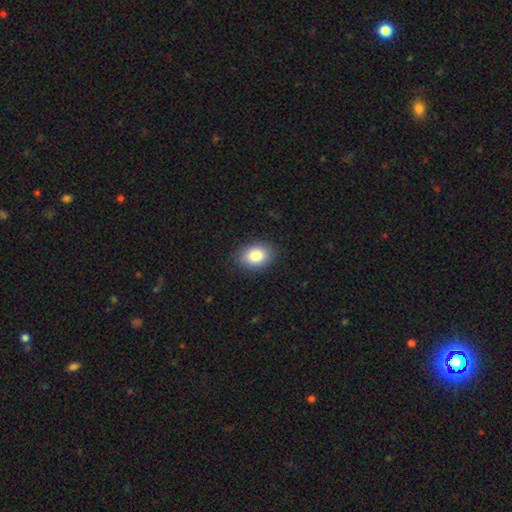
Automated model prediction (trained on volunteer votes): smooth 86%, star or artifact 8%, featured or disk 6%. Down the decision tree: how rounded — in between (74%); merging — none (87%).